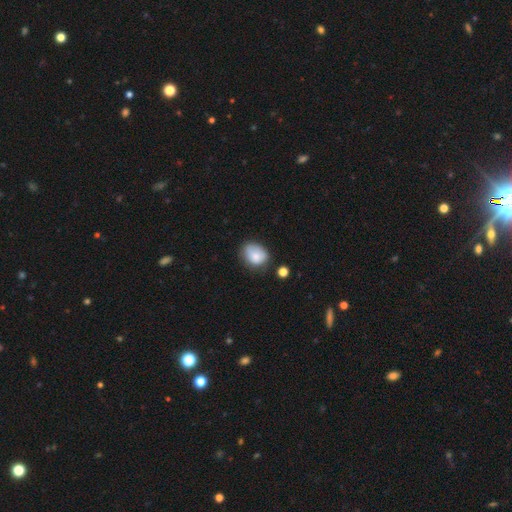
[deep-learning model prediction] Smooth or featured: smooth — 81% (featured or disk — 11%)
How rounded: in between — 55% (round — 44%)
Merging: none — 56% (minor disturbance — 31%)